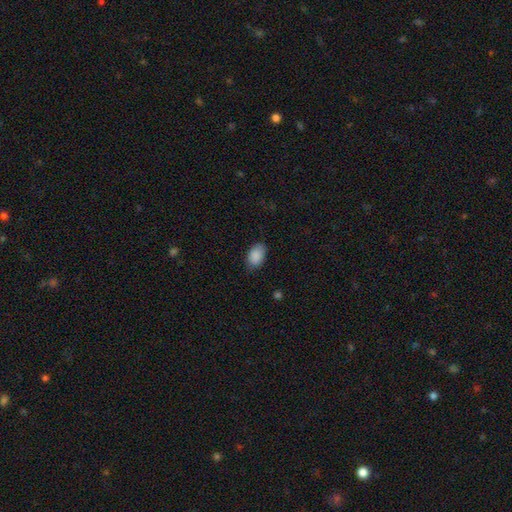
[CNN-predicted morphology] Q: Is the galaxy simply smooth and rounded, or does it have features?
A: smooth — 89%.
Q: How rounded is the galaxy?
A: in between — 89%.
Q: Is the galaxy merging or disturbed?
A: none — 80%.